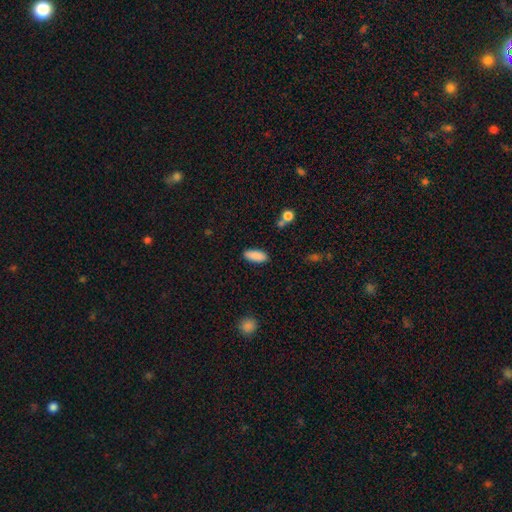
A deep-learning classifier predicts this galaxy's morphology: smooth-or-featured: smooth: 89% | star or artifact: 7% | featured or disk: 4%
  how-rounded: in between: 81% | cigar-shaped: 17% | round: 2%
  merging: none: 88% | minor disturbance: 8% | major disturbance: 2% | merger: 2%